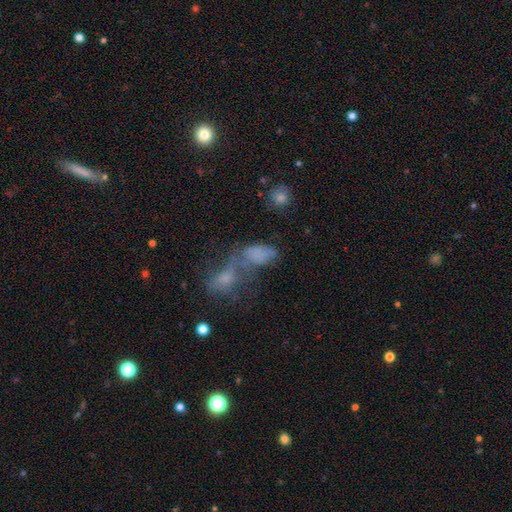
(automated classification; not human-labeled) smooth 51%, featured or disk 25%, star or artifact 24%. Down the decision tree: how rounded — in between (79%); merging — merger (52%).